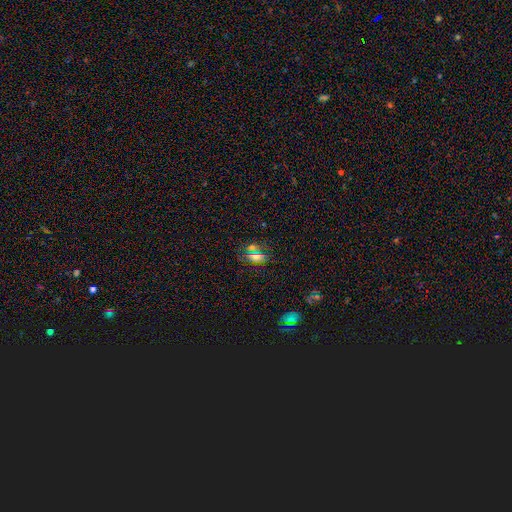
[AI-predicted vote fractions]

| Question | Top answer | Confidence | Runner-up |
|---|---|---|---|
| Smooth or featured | smooth | 59% | star or artifact (21%) |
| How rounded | in between | 77% | round (15%) |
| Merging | none | 61% | merger (17%) |